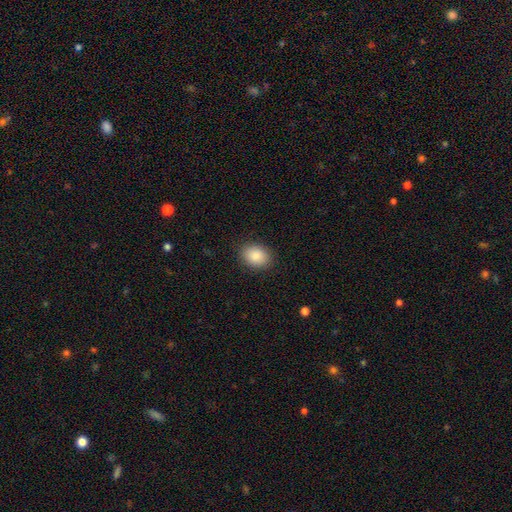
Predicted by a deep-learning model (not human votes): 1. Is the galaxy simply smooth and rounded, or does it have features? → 89% smooth, 7% star or artifact, 4% featured or disk.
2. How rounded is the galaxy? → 70% in between, 29% round, 1% cigar-shaped.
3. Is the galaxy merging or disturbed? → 88% none, 8% minor disturbance, 2% major disturbance, 1% merger.